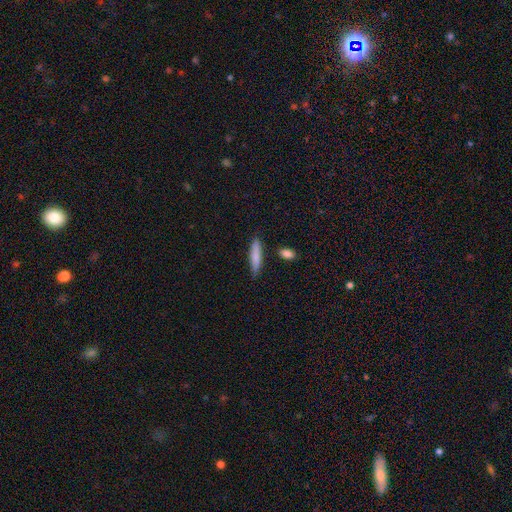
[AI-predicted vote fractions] smooth 79%, featured or disk 15%, star or artifact 6%. Down the decision tree: how rounded — cigar-shaped (81%); merging — none (80%).